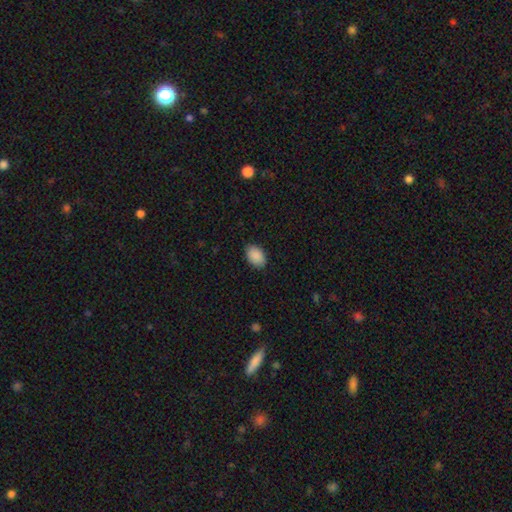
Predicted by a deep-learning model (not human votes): Overall: smooth (90%). How rounded: in between (87%). Merging: none (88%).